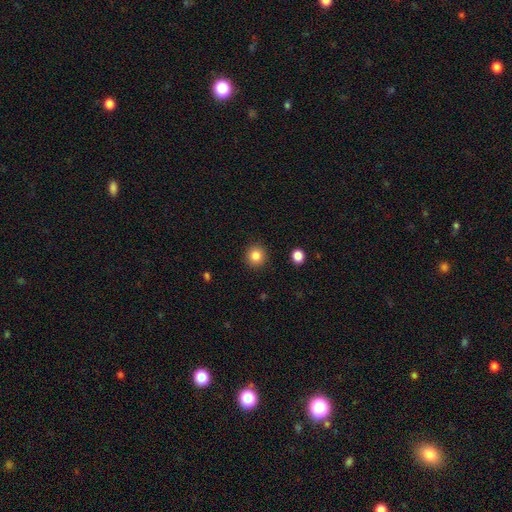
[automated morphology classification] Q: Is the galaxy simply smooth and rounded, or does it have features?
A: smooth — 84%.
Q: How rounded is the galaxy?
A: round — 94%.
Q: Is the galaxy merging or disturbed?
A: none — 92%.